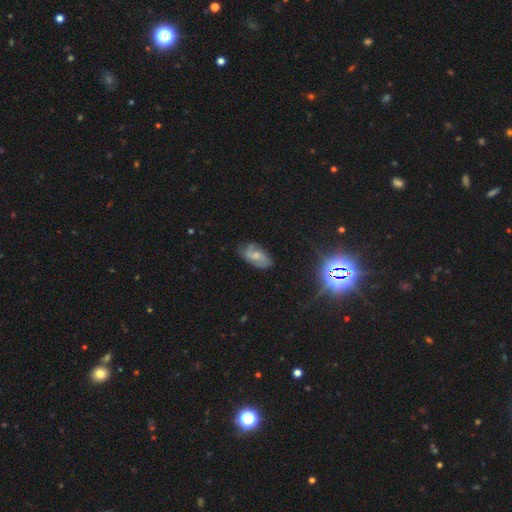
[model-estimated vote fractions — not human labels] Smooth or featured? Predicted: featured or disk (p=0.65). Edge-on disk? Predicted: no (p=0.96). Bar? Predicted: no (p=0.51). Spiral arms? Predicted: yes (p=0.91). Spiral winding? Predicted: medium (p=0.44). Spiral arm count? Predicted: 2 (p=0.78). Bulge size? Predicted: small (p=0.47). Merging? Predicted: none (p=0.71).